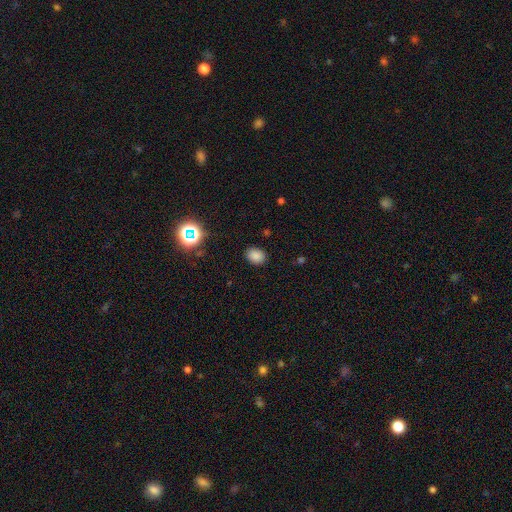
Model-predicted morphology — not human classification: Q: Smooth or featured?
A: smooth (81%); runner-up: star or artifact (15%)
Q: How rounded?
A: in between (62%); runner-up: round (37%)
Q: Merging?
A: none (86%); runner-up: minor disturbance (10%)